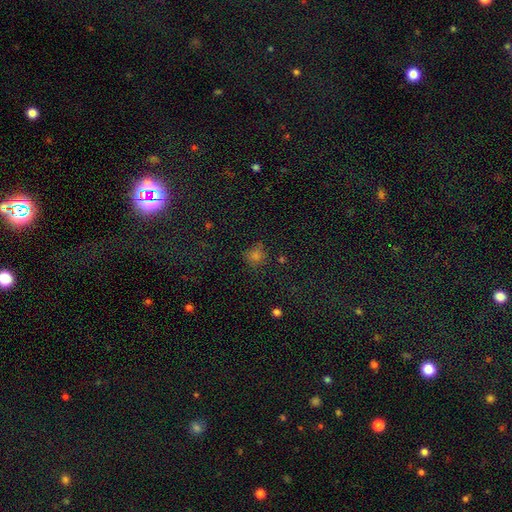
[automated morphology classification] Overall: smooth (64%; star or artifact 30%). How rounded: round (87%). Merging: none (77%).